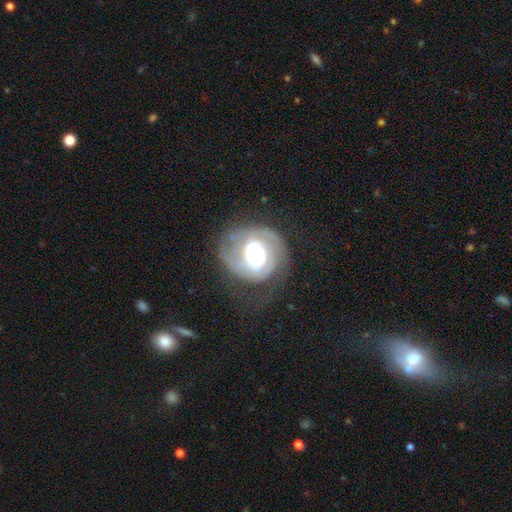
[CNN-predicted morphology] This appears to be a featured or disk galaxy (65%) with no bar (65%), spiral arms (72%) and a large central bulge (51%). Merging: none (44%).